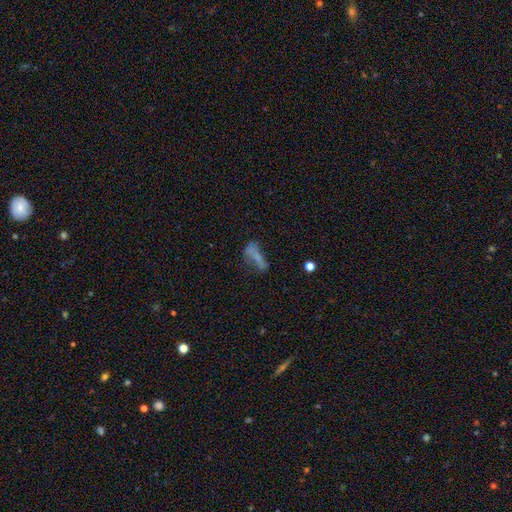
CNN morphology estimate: type=smooth (55%); roundness=cigar-shaped (54%); merging=none (37%).